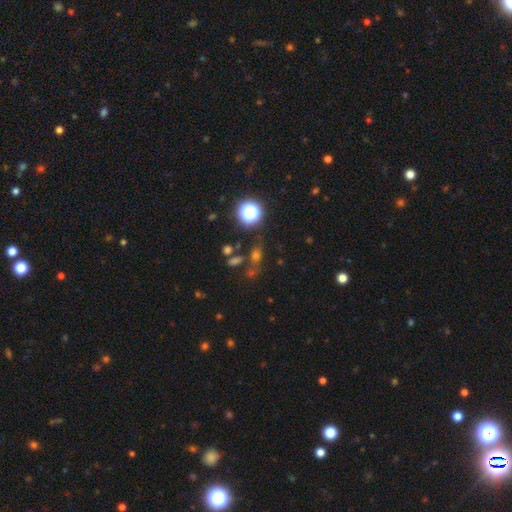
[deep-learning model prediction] A smooth galaxy with no disk features (44%, tied with star or artifact). Merging: none (62%).